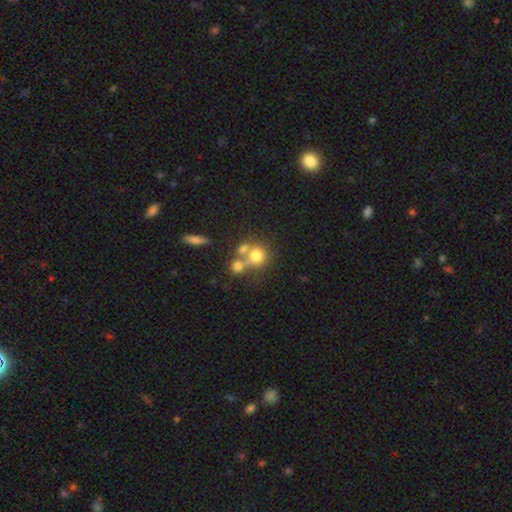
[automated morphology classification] Smooth or featured: smooth — 70% (featured or disk — 17%)
How rounded: round — 83% (in between — 16%)
Merging: merger — 46% (none — 39%)